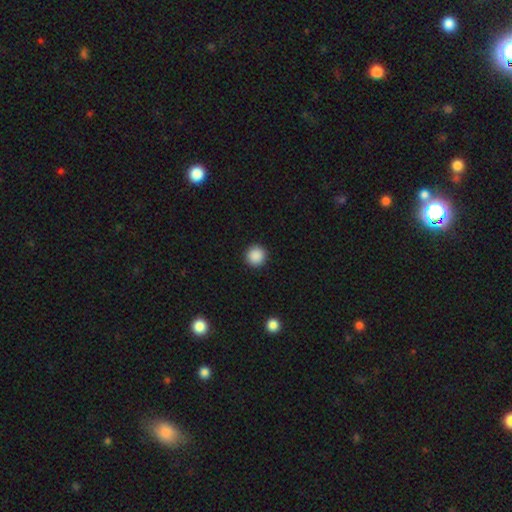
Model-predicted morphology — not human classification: Smooth or featured?
  - smooth: 89% *
  - star or artifact: 9%
  - featured or disk: 2%
How rounded?
  - round: 96% *
  - in between: 3%
  - cigar-shaped: 1%
Merging?
  - none: 93% *
  - minor disturbance: 5%
  - major disturbance: 2%
  - merger: 1%